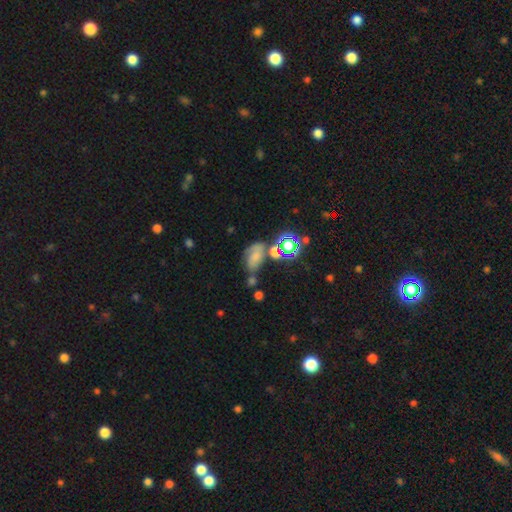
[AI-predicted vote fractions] smooth 45%, featured or disk 30%, star or artifact 25%. Down the decision tree: merging — none (40%).